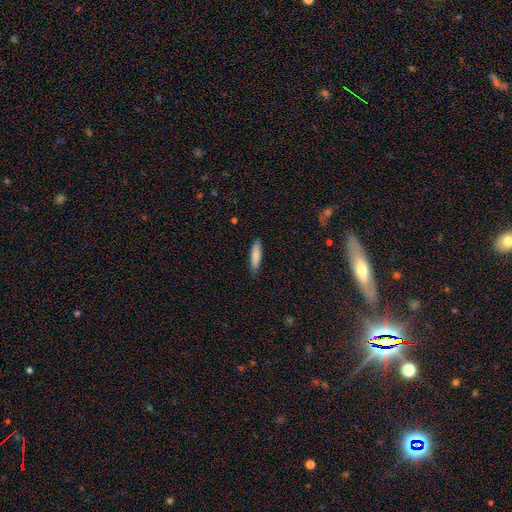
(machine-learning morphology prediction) smooth 83%, featured or disk 11%, star or artifact 6%. Down the decision tree: how rounded — cigar-shaped (75%); merging — none (86%).